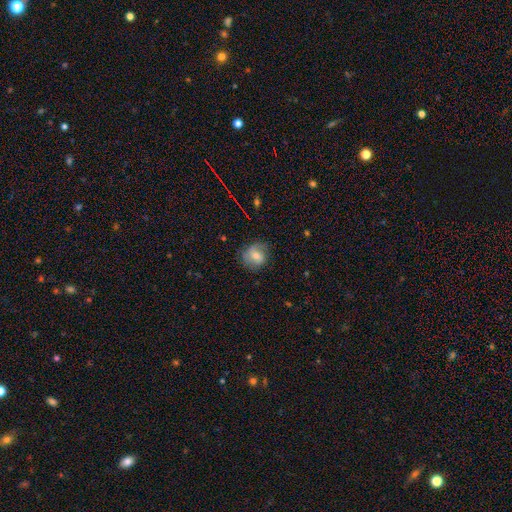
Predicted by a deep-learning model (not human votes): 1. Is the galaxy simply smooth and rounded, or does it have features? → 53% smooth, 37% featured or disk, 10% star or artifact.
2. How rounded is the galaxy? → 75% round, 24% in between, 1% cigar-shaped.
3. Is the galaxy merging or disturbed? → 71% none, 20% minor disturbance, 7% major disturbance, 1% merger.